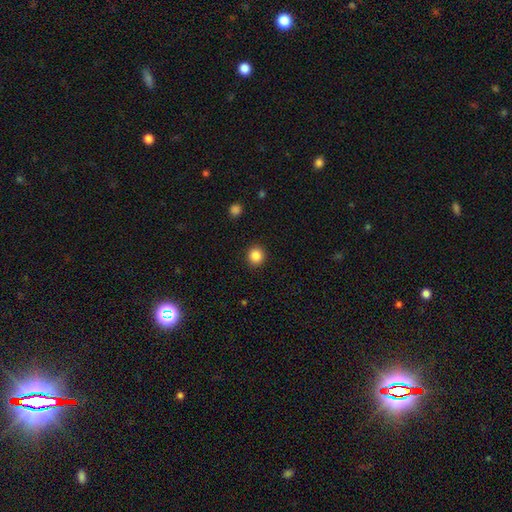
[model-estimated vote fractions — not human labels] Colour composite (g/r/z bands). It shows a smooth galaxy with no disk features (86%) that is round (89%). Merging: none (91%).